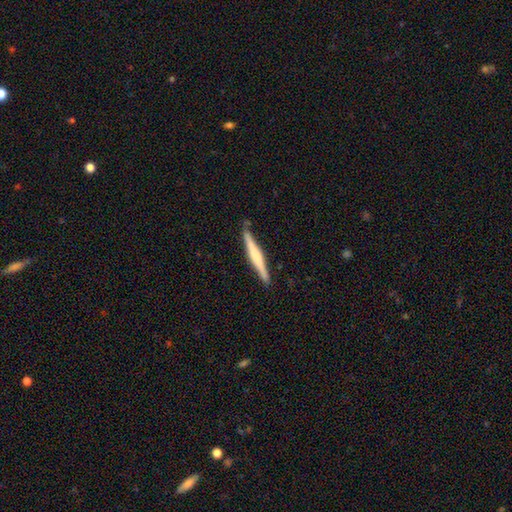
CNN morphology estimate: Q: Smooth or featured?
A: featured or disk (61%); runner-up: smooth (34%)
Q: Edge-on disk?
A: yes (98%); runner-up: no (2%)
Q: Edge-on bulge?
A: rounded (52%); runner-up: boxy (25%)
Q: Merging?
A: none (88%); runner-up: minor disturbance (9%)